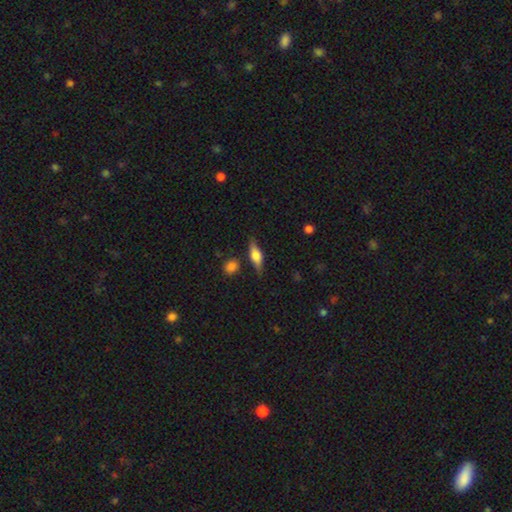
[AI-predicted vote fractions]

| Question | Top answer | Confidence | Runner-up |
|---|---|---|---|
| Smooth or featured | smooth | 47% | featured or disk (46%) |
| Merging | none | 78% | minor disturbance (15%) |